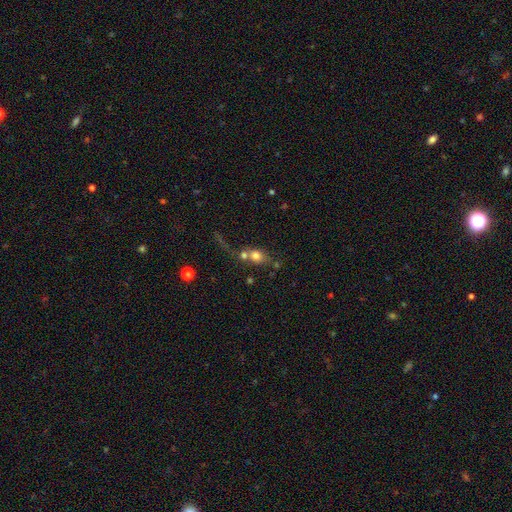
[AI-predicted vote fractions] Smooth or featured: smooth — 70% (featured or disk — 18%)
How rounded: round — 62% (in between — 34%)
Merging: merger — 53% (none — 29%)